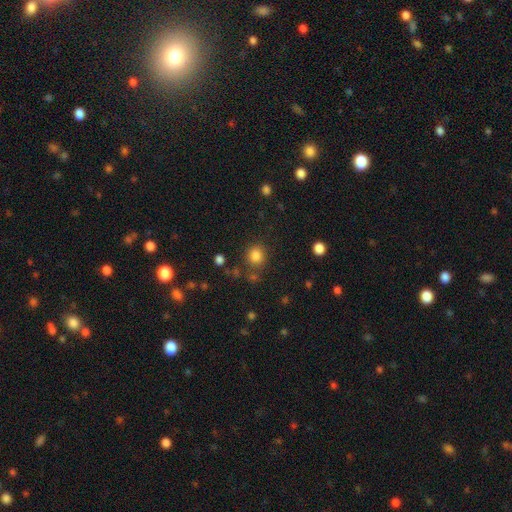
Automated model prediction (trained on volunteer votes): Smooth or featured? smooth (83%)
How rounded? round (83%)
Merging? none (80%)